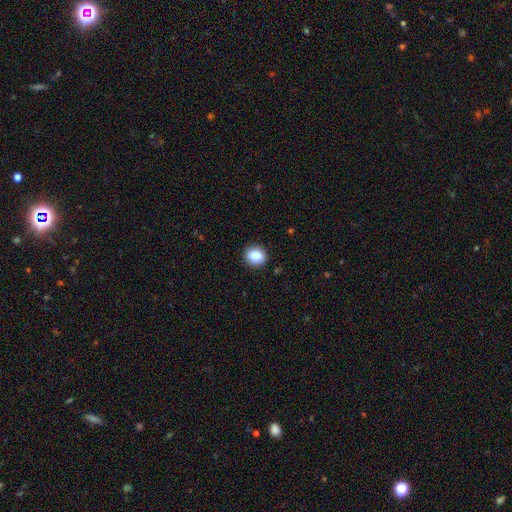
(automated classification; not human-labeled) This appears to be a smooth galaxy with no disk features (84%) that is round (80%). Merging: none (92%).